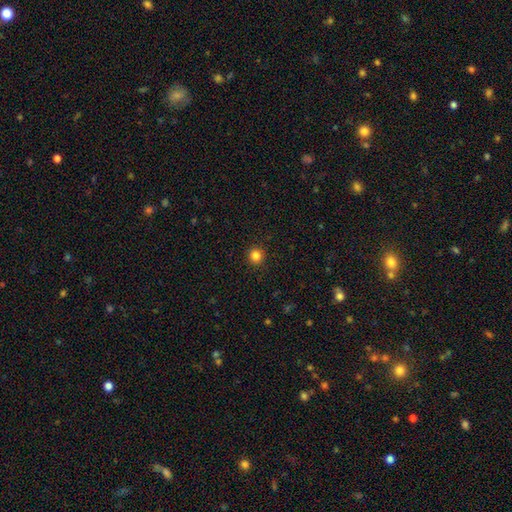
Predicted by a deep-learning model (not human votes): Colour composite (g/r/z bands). It shows a smooth galaxy with no disk features (84%) that is round (94%). Merging: none (93%).